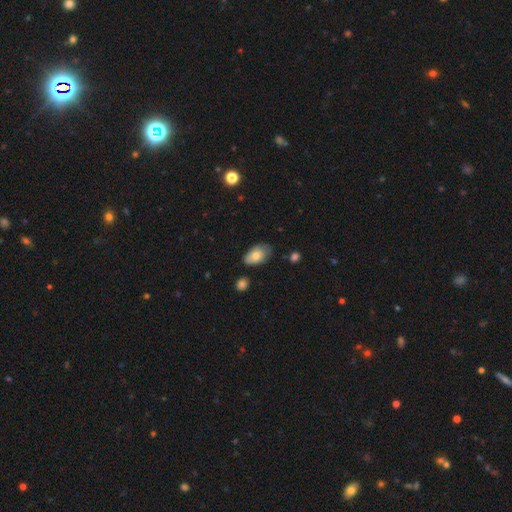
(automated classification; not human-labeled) Smooth or featured?
  - smooth: 73% *
  - featured or disk: 19%
  - star or artifact: 7%
How rounded?
  - in between: 92% *
  - round: 7%
  - cigar-shaped: 2%
Merging?
  - none: 57% *
  - minor disturbance: 33%
  - major disturbance: 7%
  - merger: 3%